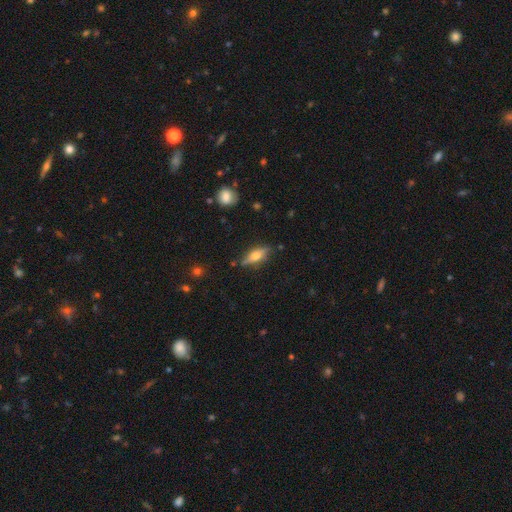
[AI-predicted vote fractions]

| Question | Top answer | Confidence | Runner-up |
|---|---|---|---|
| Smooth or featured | featured or disk | 53% | smooth (39%) |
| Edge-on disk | yes | 93% | no (7%) |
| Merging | none | 81% | minor disturbance (14%) |